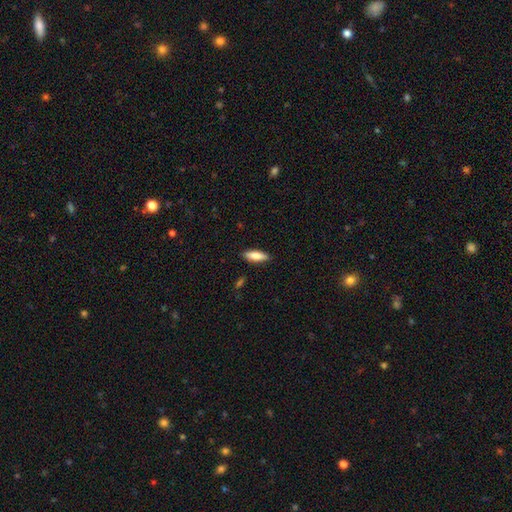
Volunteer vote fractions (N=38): Overall: smooth (92%). How rounded: in between (71%). Merging: none (89%).